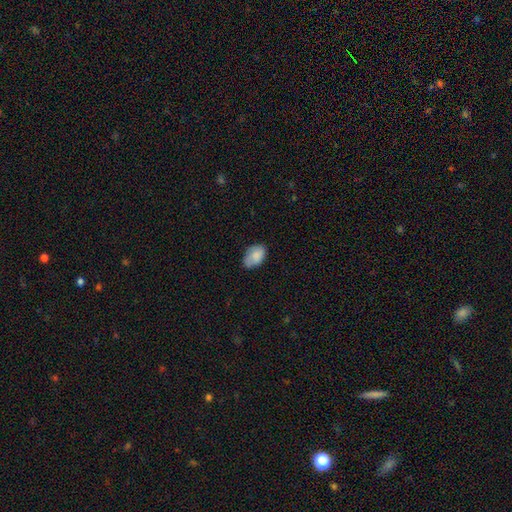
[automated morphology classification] Smooth or featured?
  - smooth: 83% *
  - featured or disk: 10%
  - star or artifact: 7%
How rounded?
  - in between: 88% *
  - round: 10%
  - cigar-shaped: 1%
Merging?
  - none: 62% *
  - minor disturbance: 31%
  - major disturbance: 6%
  - merger: 2%